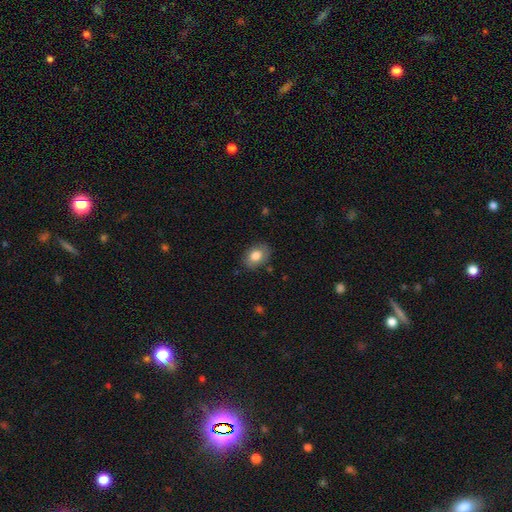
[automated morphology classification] Overall: smooth (80%). How rounded: in between (76%). Merging: none (82%).